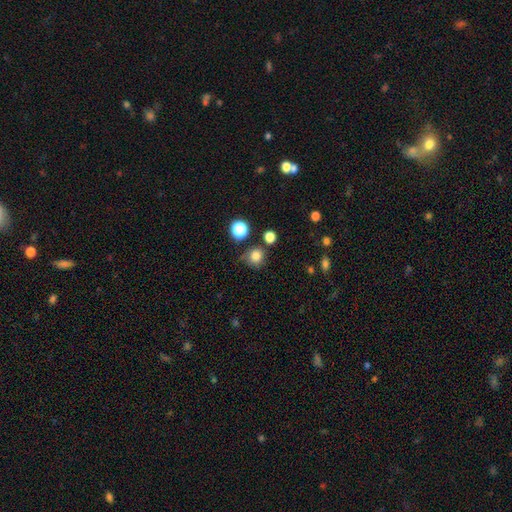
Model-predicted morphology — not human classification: The model was most divided on "merging": none: 70%, minor disturbance: 18%, merger: 7%, major disturbance: 5%. More confident: how rounded — round (87%); smooth or featured — smooth (81%).